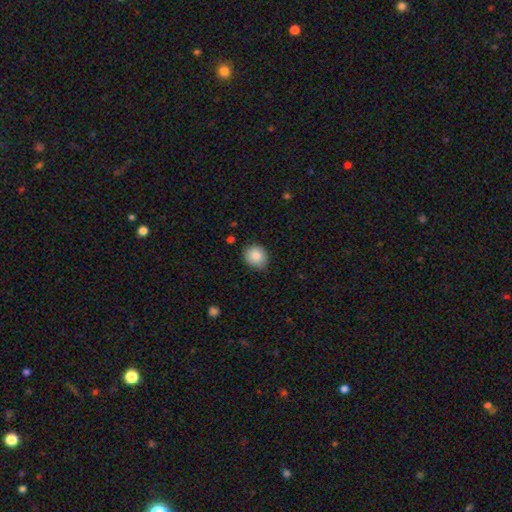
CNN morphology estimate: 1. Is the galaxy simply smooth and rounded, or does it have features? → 86% smooth, 8% star or artifact, 6% featured or disk.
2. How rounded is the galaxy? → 77% round, 22% in between, 1% cigar-shaped.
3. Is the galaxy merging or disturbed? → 79% none, 17% minor disturbance, 3% major disturbance, 1% merger.